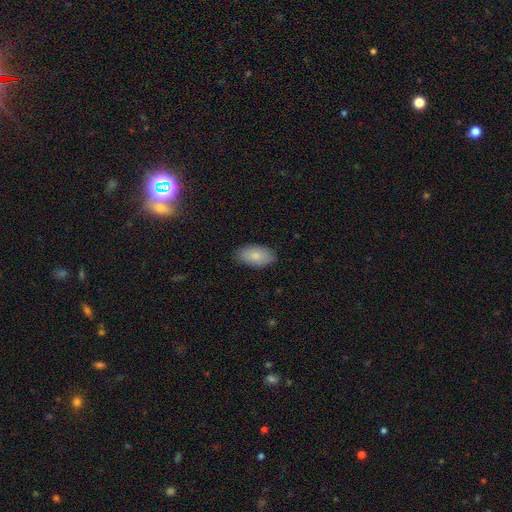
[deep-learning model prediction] A smooth galaxy with no disk features (82%) that is in between round and cigar-shaped (94%). Merging: none (85%).